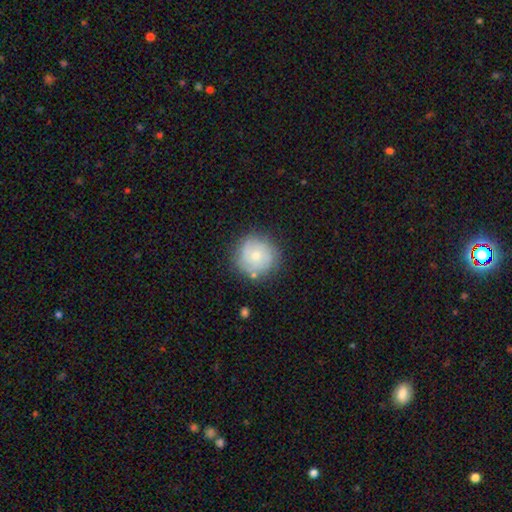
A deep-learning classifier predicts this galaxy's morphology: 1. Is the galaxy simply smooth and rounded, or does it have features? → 53% smooth, 39% featured or disk, 8% star or artifact.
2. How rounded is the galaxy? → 93% round, 6% in between, 1% cigar-shaped.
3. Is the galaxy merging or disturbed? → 77% none, 15% minor disturbance, 5% major disturbance, 3% merger.